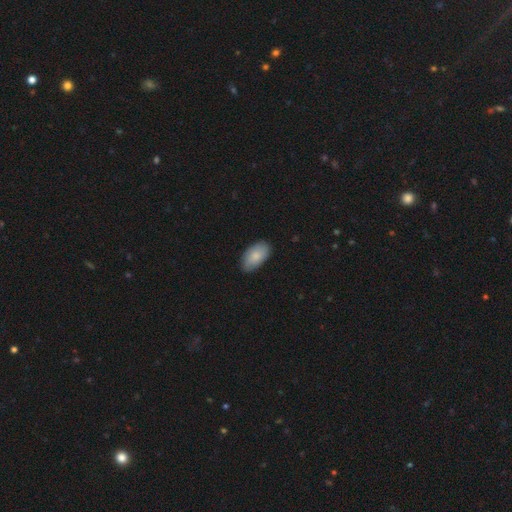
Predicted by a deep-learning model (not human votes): Smooth or featured? Predicted: smooth (p=0.83). How rounded? Predicted: in between (p=0.95). Merging? Predicted: none (p=0.84).